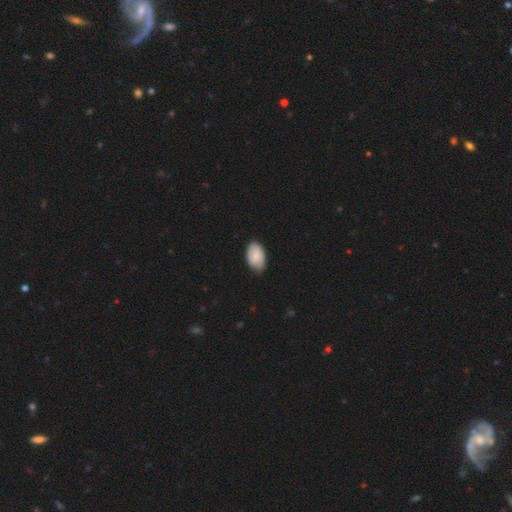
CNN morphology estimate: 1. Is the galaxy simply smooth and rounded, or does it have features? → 84% smooth, 10% featured or disk, 6% star or artifact.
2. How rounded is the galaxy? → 93% in between, 6% round, 1% cigar-shaped.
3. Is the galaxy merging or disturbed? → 72% none, 24% minor disturbance, 3% major disturbance, 1% merger.